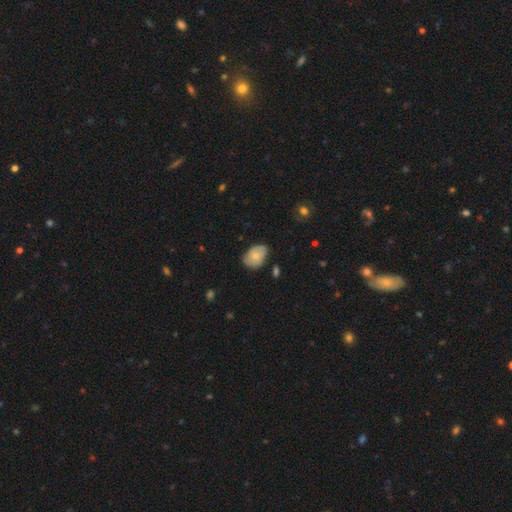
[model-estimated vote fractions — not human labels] Smooth or featured? smooth (63%)
How rounded? in between (78%)
Merging? none (58%)